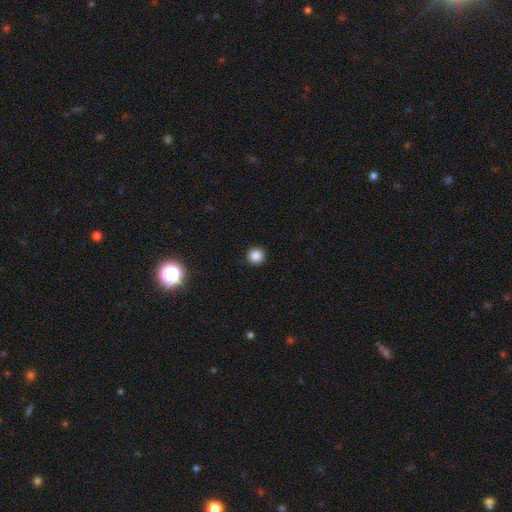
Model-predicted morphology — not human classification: Smooth or featured?
  - smooth: 86% *
  - star or artifact: 11%
  - featured or disk: 3%
How rounded?
  - round: 96% *
  - in between: 4%
  - cigar-shaped: 1%
Merging?
  - none: 92% *
  - minor disturbance: 5%
  - major disturbance: 2%
  - merger: 1%